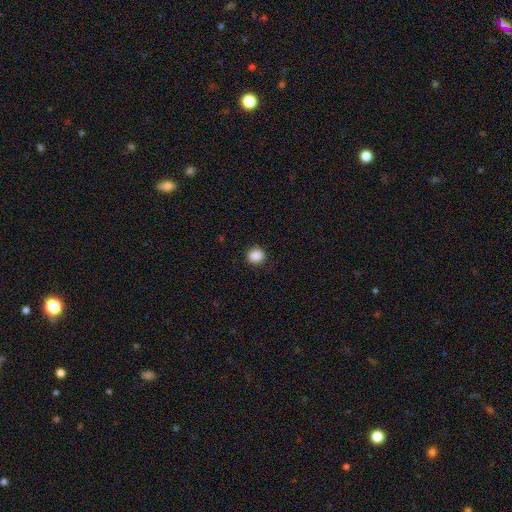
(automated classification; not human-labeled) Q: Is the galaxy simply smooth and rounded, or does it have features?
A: smooth — 88%.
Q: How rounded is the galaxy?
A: round — 81%.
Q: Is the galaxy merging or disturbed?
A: none — 88%.